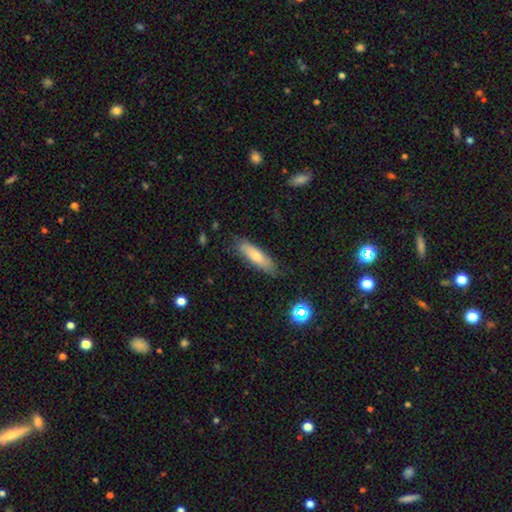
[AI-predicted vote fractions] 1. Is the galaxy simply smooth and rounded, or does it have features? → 71% smooth, 22% featured or disk, 7% star or artifact.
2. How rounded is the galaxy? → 62% cigar-shaped, 36% in between, 2% round.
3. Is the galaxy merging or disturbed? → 78% none, 17% minor disturbance, 4% major disturbance, 2% merger.